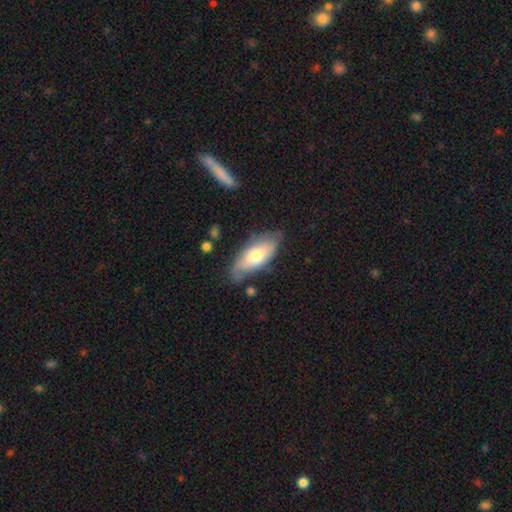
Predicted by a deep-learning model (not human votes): Smooth or featured? smooth (62%)
How rounded? in between (82%)
Merging? none (65%)